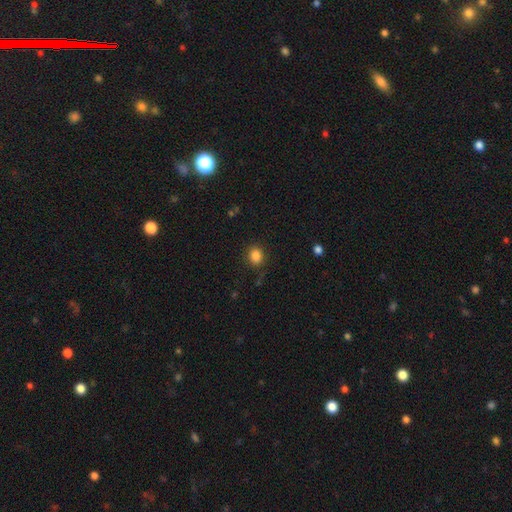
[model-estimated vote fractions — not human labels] A smooth galaxy with no disk features (85%) that is round (57%).

Vote fractions:
- Smooth or featured? smooth: 85% / star or artifact: 11% / featured or disk: 4%
- How rounded? round: 57% / in between: 42% / cigar-shaped: 1%
- Merging? none: 85% / minor disturbance: 11% / major disturbance: 3% / merger: 1%